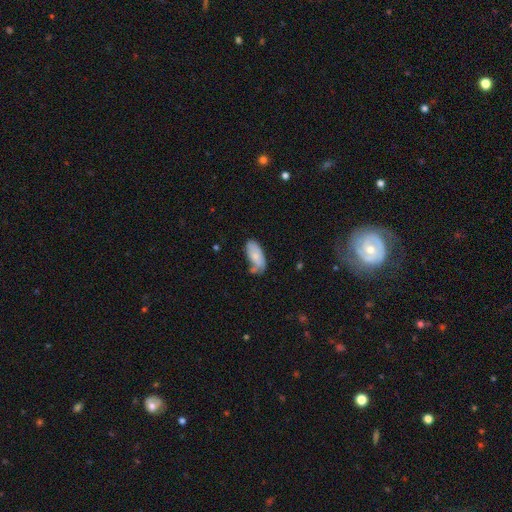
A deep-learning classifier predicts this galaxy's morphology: type=smooth (72%); roundness=in between (88%); merging=none (52%).